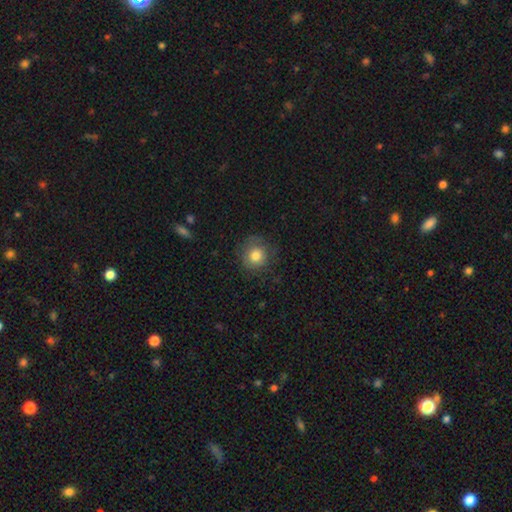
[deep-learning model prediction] Smooth or featured?
  - smooth: 77% *
  - featured or disk: 14%
  - star or artifact: 10%
How rounded?
  - round: 91% *
  - in between: 8%
  - cigar-shaped: 1%
Merging?
  - none: 76% *
  - minor disturbance: 16%
  - major disturbance: 7%
  - merger: 1%